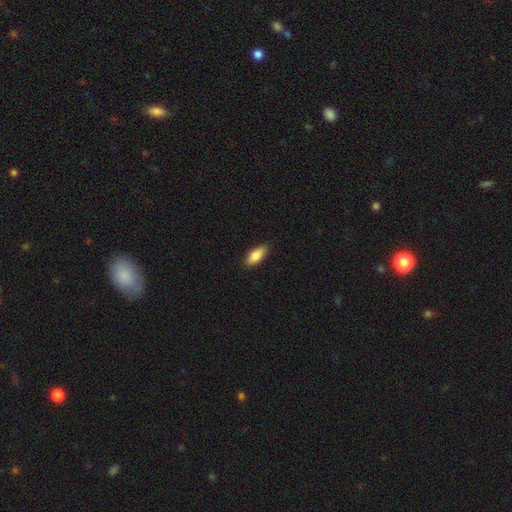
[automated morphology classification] Smooth or featured? Predicted: smooth (p=0.82). How rounded? Predicted: in between (p=0.82). Merging? Predicted: none (p=0.87).